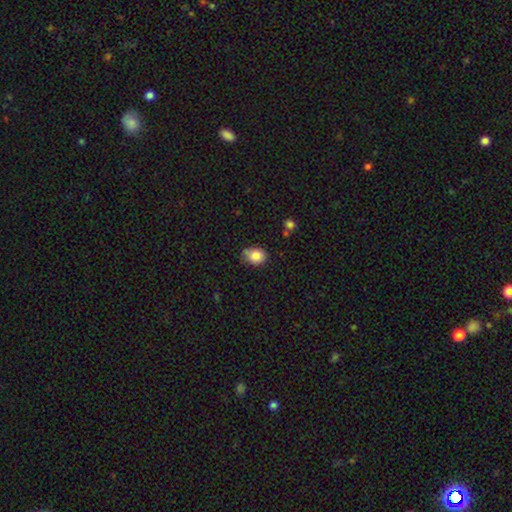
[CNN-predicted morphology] This appears to be a smooth galaxy with no disk features (83%) that is round (50%). Merging: none (62%).